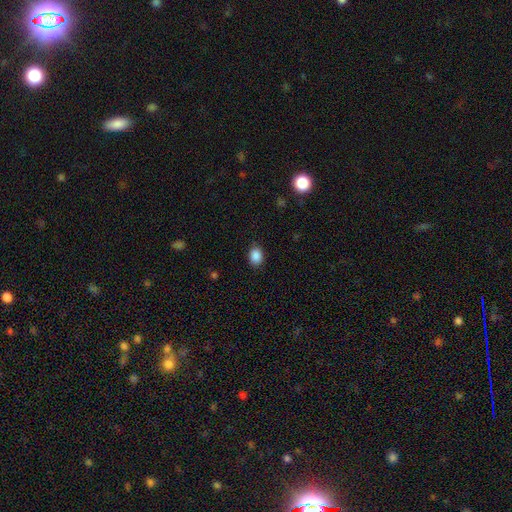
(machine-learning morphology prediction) This appears to be a smooth galaxy with no disk features (87%) that is in between round and cigar-shaped (57%). Merging: none (83%).